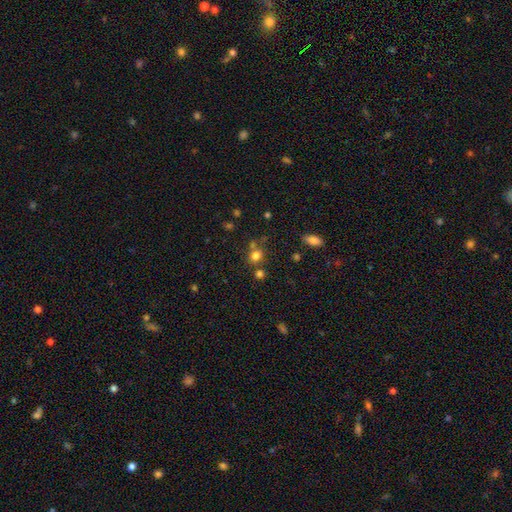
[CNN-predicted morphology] Smooth or featured?
  - smooth: 76% *
  - star or artifact: 16%
  - featured or disk: 7%
How rounded?
  - round: 71% *
  - in between: 28%
  - cigar-shaped: 1%
Merging?
  - none: 64% *
  - merger: 21%
  - minor disturbance: 12%
  - major disturbance: 4%